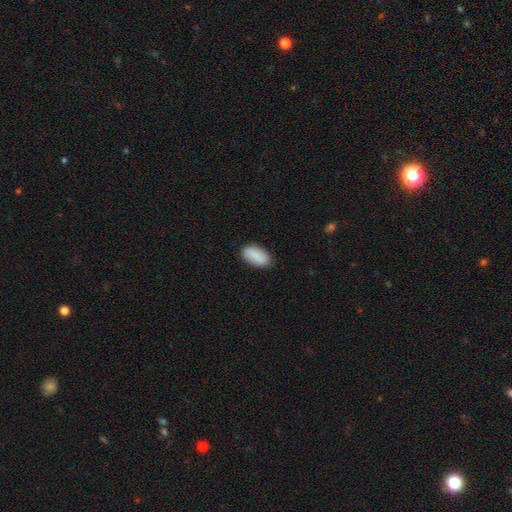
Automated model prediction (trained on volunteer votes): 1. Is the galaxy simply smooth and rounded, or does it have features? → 87% smooth, 7% featured or disk, 6% star or artifact.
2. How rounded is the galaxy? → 92% in between, 5% cigar-shaped, 3% round.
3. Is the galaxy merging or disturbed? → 87% none, 10% minor disturbance, 2% major disturbance, 1% merger.